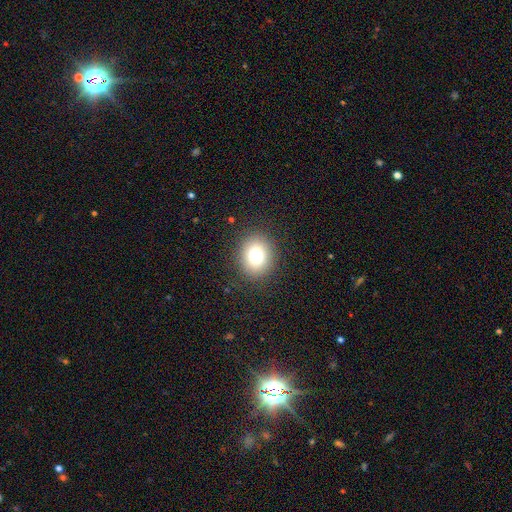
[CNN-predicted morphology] This appears to be a smooth galaxy with no disk features (78%) that is round (65%). Merging: none (88%).